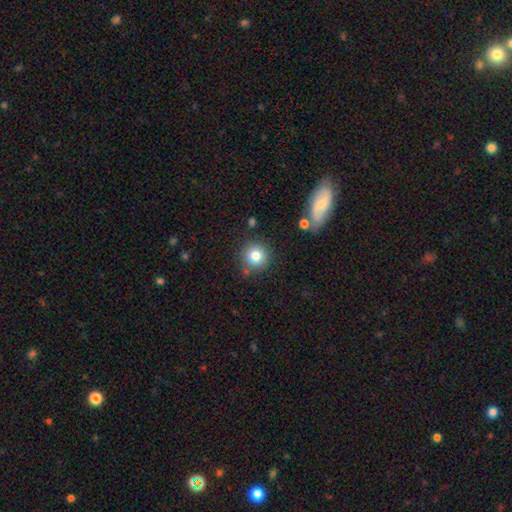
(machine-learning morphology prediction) A smooth galaxy with no disk features (80%) that is round (93%). Merging: none (81%).